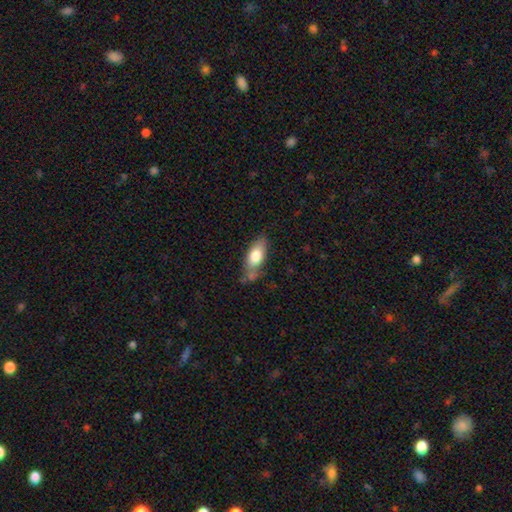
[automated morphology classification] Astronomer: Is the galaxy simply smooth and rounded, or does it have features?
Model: smooth — 76%.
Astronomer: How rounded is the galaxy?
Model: in between — 81%.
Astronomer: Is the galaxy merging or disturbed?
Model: none — 57%.